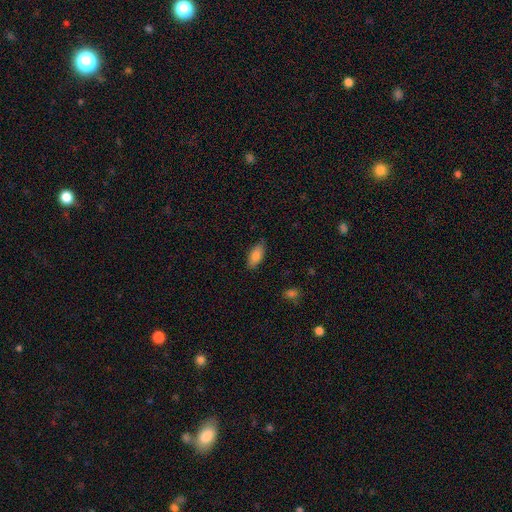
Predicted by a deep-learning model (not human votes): smooth 82%, featured or disk 12%, star or artifact 7%. Down the decision tree: how rounded — in between (85%); merging — none (85%).